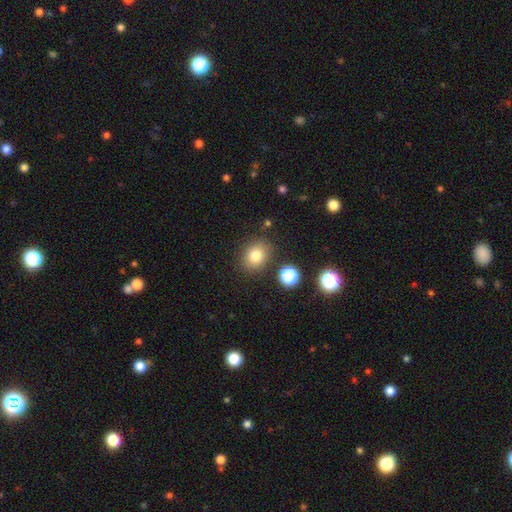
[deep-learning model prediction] A smooth galaxy with no disk features (79%) that is round (57%).

Vote fractions:
- Smooth or featured? smooth: 79% / star or artifact: 13% / featured or disk: 8%
- How rounded? round: 57% / in between: 42% / cigar-shaped: 1%
- Merging? none: 83% / minor disturbance: 10% / merger: 4% / major disturbance: 3%